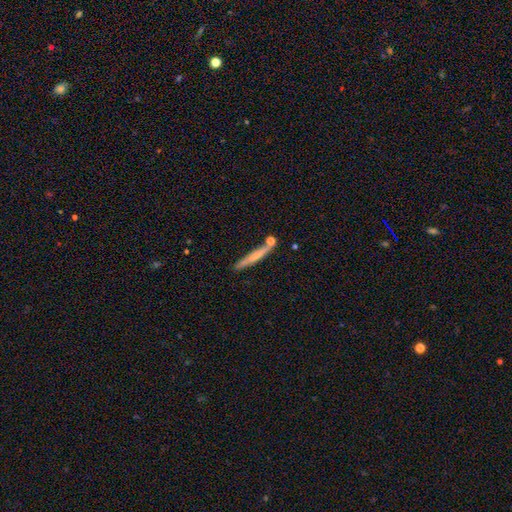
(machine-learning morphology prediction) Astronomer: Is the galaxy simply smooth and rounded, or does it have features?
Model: smooth — 53% (runner-up: featured or disk, 41%).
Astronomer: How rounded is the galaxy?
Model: cigar-shaped — 94%.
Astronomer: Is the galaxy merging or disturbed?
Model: none — 75%.